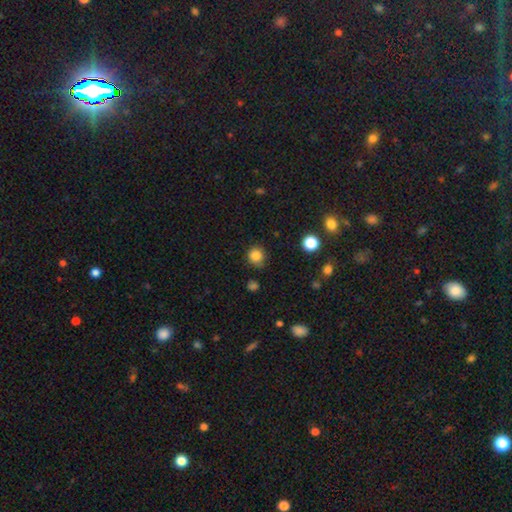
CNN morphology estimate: Smooth or featured? smooth (84%)
How rounded? round (88%)
Merging? none (82%)